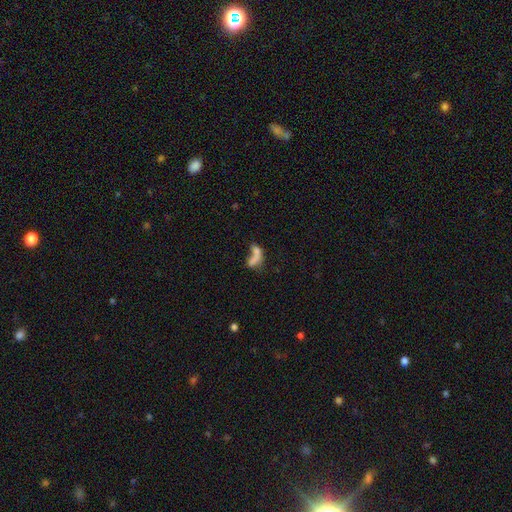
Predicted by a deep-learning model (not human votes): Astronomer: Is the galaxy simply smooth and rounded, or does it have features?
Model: smooth — 60%.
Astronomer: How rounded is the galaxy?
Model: in between — 65%.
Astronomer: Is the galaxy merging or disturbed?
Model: merger — 46% (runner-up: major disturbance, 22%).